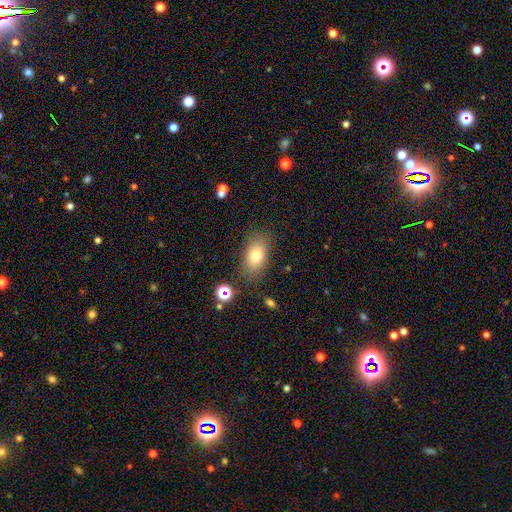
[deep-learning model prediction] Q: Smooth or featured?
A: smooth (76%); runner-up: featured or disk (13%)
Q: How rounded?
A: in between (86%); runner-up: round (12%)
Q: Merging?
A: none (80%); runner-up: minor disturbance (13%)